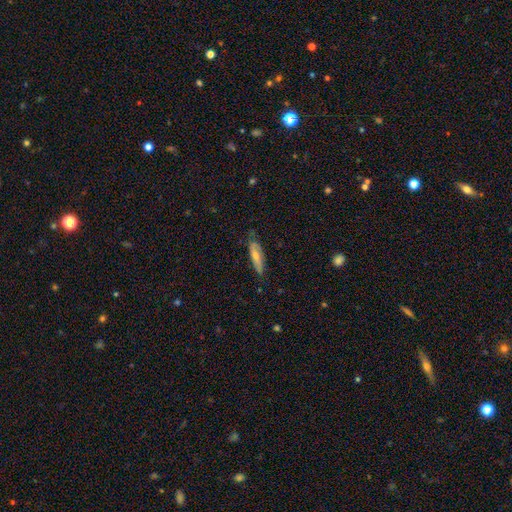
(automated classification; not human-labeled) Smooth or featured? featured or disk (47%)
Merging? none (73%)